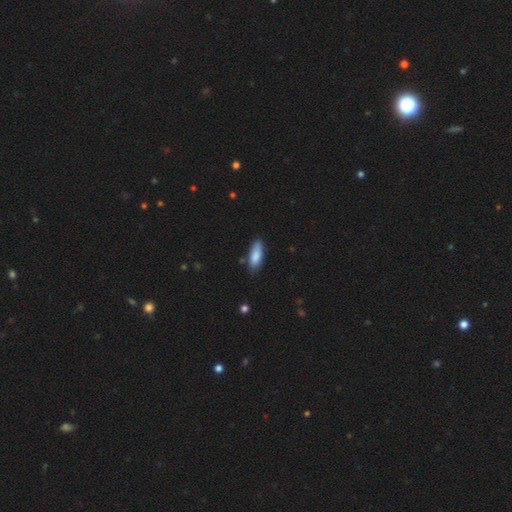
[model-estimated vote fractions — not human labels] A smooth galaxy with no disk features (84%) that is in between round and cigar-shaped (72%). Merging: none (76%).